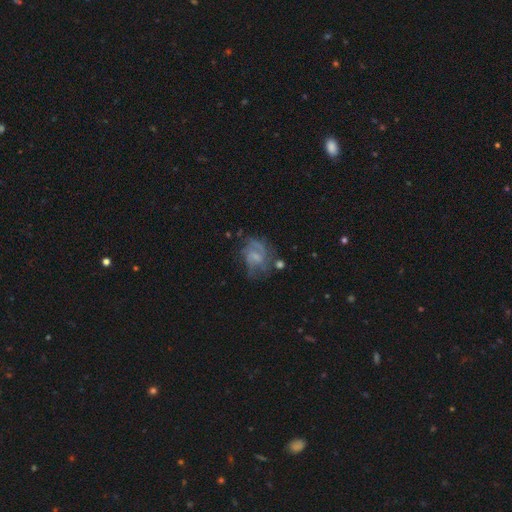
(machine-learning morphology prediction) smooth-or-featured: featured or disk: 70% | smooth: 20% | star or artifact: 10%
  disk-edge-on: no: 98% | yes: 2%
    bar: no: 54% | weak: 39% | strong: 7%
    has-spiral-arms: yes: 80% | no: 20%
      spiral-winding: medium: 46% | tight: 31% | loose: 23%
      spiral-arm-count: 2: 35% | can't tell: 33% | 3: 18% | 1: 6% | 4: 5% | more than 4: 4%
    bulge-size: small: 48% | none: 29% | moderate: 20% | large: 2% | dominant: 1%
  merging: none: 50% | minor disturbance: 23% | major disturbance: 22% | merger: 5%